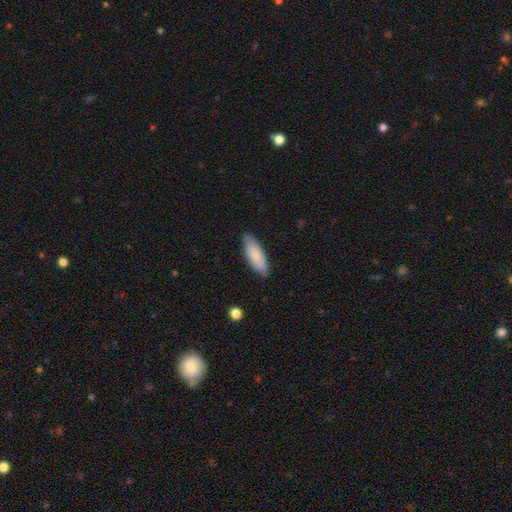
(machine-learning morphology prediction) Q: Smooth or featured?
A: smooth (83%); runner-up: featured or disk (12%)
Q: How rounded?
A: in between (66%); runner-up: cigar-shaped (33%)
Q: Merging?
A: none (85%); runner-up: minor disturbance (12%)